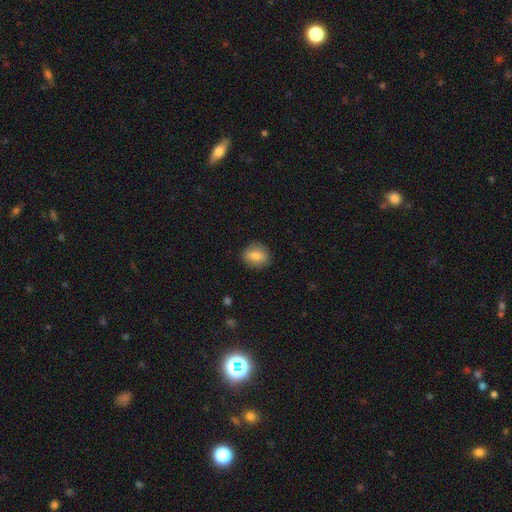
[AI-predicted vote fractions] A smooth galaxy with no disk features (78%) that is round (55%).

Vote fractions:
- Smooth or featured? smooth: 78% / featured or disk: 14% / star or artifact: 8%
- How rounded? round: 55% / in between: 43% / cigar-shaped: 2%
- Merging? none: 85% / minor disturbance: 11% / major disturbance: 3% / merger: 1%